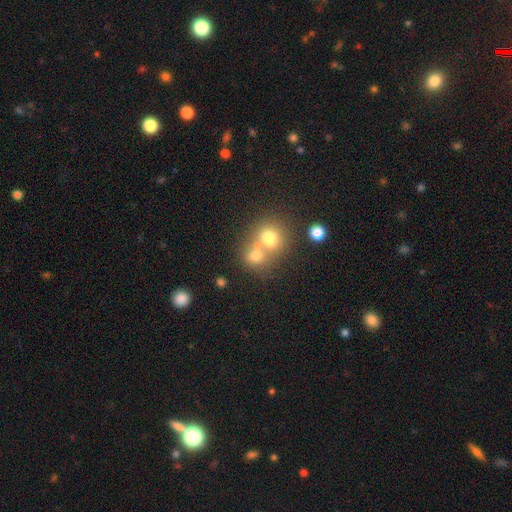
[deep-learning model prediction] A smooth galaxy with no disk features (70%) that is round (77%).

Vote fractions:
- Smooth or featured? smooth: 70% / featured or disk: 15% / star or artifact: 15%
- How rounded? round: 77% / in between: 22% / cigar-shaped: 1%
- Merging? merger: 51% / none: 38% / minor disturbance: 7% / major disturbance: 4%